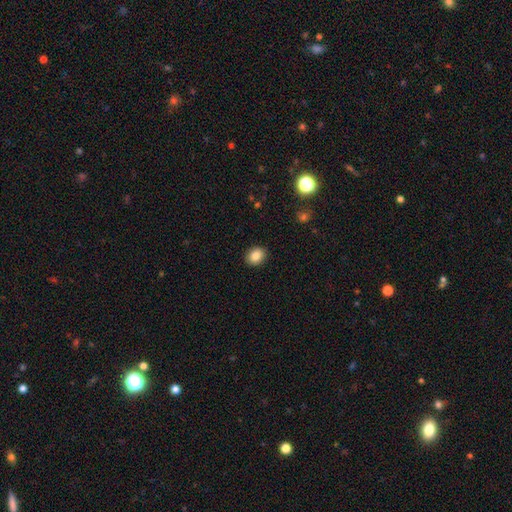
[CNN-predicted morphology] The model was most divided on "how rounded": round: 54%, in between: 45%, cigar-shaped: 1%. More confident: merging — none (90%); smooth or featured — smooth (86%).